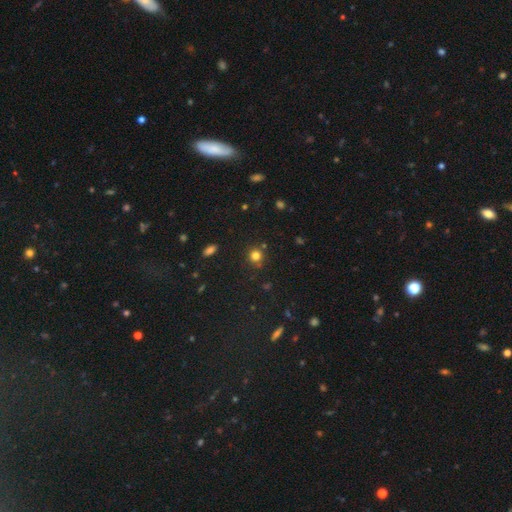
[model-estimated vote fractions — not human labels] This is likely a smooth galaxy (78%). How rounded: clearly round (89%). Merging: clearly none (81%).